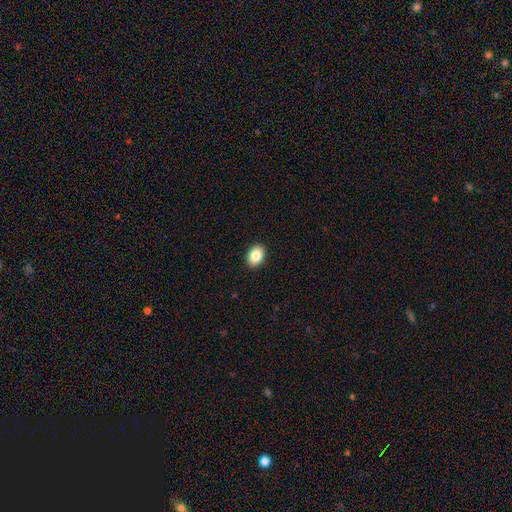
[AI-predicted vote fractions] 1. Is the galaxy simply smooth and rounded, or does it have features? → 86% smooth, 8% star or artifact, 6% featured or disk.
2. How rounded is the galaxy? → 78% in between, 21% round, 1% cigar-shaped.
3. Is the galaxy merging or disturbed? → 91% none, 6% minor disturbance, 2% major disturbance, 1% merger.